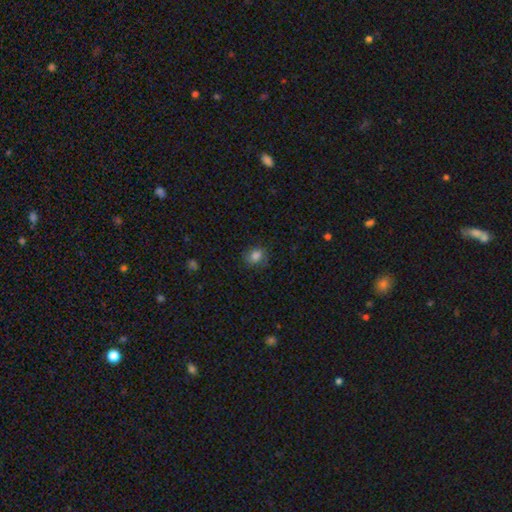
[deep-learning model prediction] Smooth or featured?
  - smooth: 83% *
  - star or artifact: 11%
  - featured or disk: 6%
How rounded?
  - round: 53% *
  - in between: 46%
  - cigar-shaped: 1%
Merging?
  - none: 77% *
  - minor disturbance: 17%
  - major disturbance: 5%
  - merger: 1%